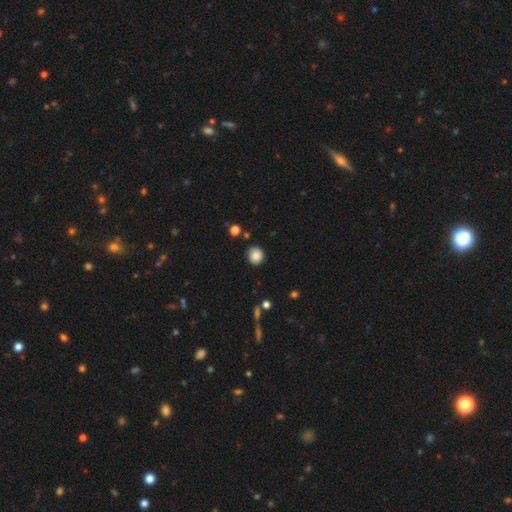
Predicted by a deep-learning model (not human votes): A smooth galaxy with no disk features (82%) that is round (88%). Merging: none (84%).